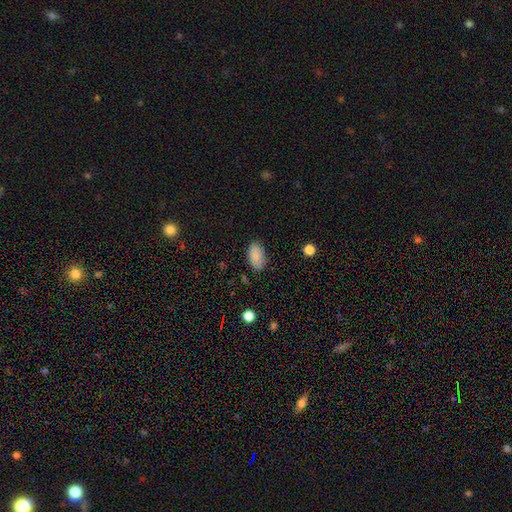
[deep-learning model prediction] smooth 87%, star or artifact 8%, featured or disk 5%. Down the decision tree: how rounded — in between (94%); merging — none (84%).